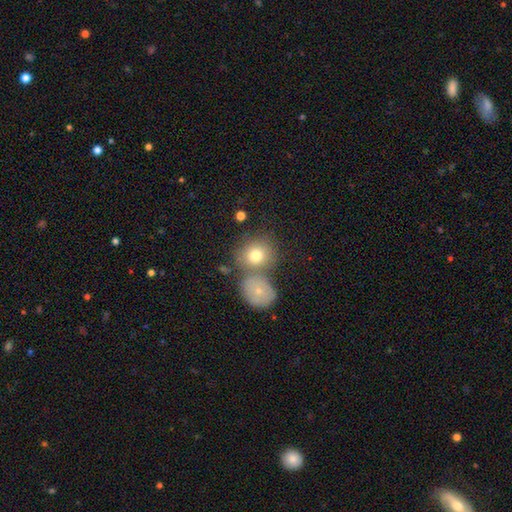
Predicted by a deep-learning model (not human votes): smooth 75%, featured or disk 14%, star or artifact 10%. Down the decision tree: how rounded — round (81%); merging — none (52%).